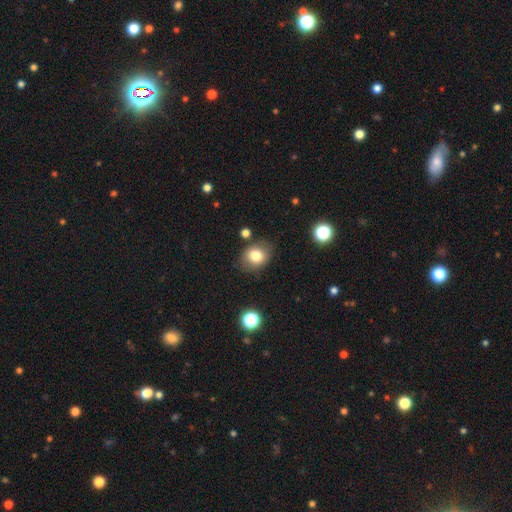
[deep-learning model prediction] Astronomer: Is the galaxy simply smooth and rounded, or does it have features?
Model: smooth — 79%.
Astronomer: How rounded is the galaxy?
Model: round — 51% (runner-up: in between, 48%).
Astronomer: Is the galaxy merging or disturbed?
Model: none — 77%.